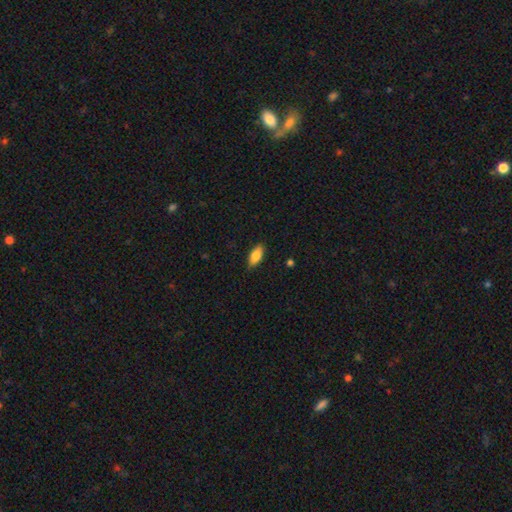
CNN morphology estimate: Smooth or featured? smooth (82%)
How rounded? in between (86%)
Merging? none (87%)